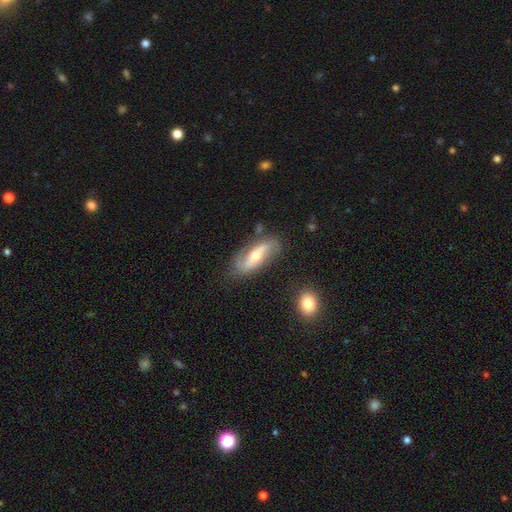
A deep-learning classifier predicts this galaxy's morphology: smooth_or_featured: featured or disk (p=0.67) [alt: smooth p=0.27]
disk_edge_on: no (p=0.84) [alt: yes p=0.16]
bar: no (p=0.41) [alt: weak p=0.31]
has_spiral_arms: yes (p=0.84) [alt: no p=0.16]
bulge_size: moderate (p=0.57) [alt: small p=0.37]
merging: none (p=0.74) [alt: minor disturbance p=0.18]